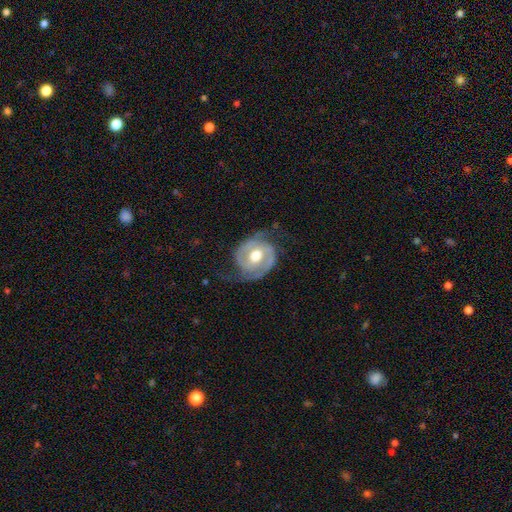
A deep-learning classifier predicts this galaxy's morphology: smooth_or_featured: featured or disk (p=0.87) [alt: smooth p=0.08]
disk_edge_on: no (p=0.98) [alt: yes p=0.02]
bar: no (p=0.48) [alt: weak p=0.38]
has_spiral_arms: yes (p=0.95) [alt: no p=0.05]
spiral_winding: medium (p=0.44) [alt: tight p=0.41]
spiral_arm_count: 2 (p=0.88) [alt: can't tell p=0.04]
bulge_size: moderate (p=0.75) [alt: large p=0.16]
merging: none (p=0.68) [alt: minor disturbance p=0.19]